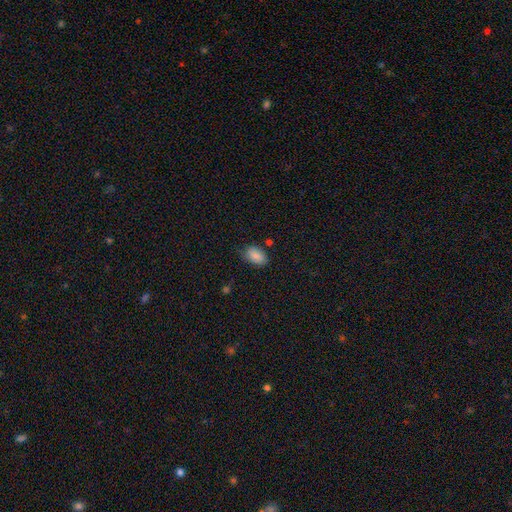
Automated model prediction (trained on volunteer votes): Smooth or featured?
  - smooth: 88% *
  - star or artifact: 7%
  - featured or disk: 5%
How rounded?
  - in between: 90% *
  - round: 8%
  - cigar-shaped: 1%
Merging?
  - none: 73% *
  - minor disturbance: 20%
  - major disturbance: 4%
  - merger: 3%